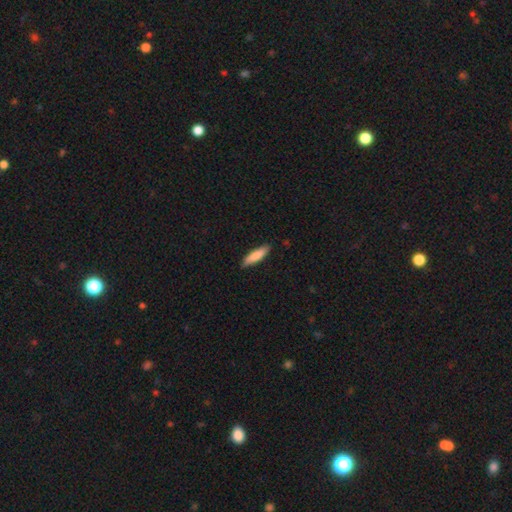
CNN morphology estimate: Smooth or featured?
  - smooth: 83% *
  - featured or disk: 12%
  - star or artifact: 5%
How rounded?
  - cigar-shaped: 72% *
  - in between: 26%
  - round: 1%
Merging?
  - none: 85% *
  - minor disturbance: 12%
  - major disturbance: 2%
  - merger: 1%